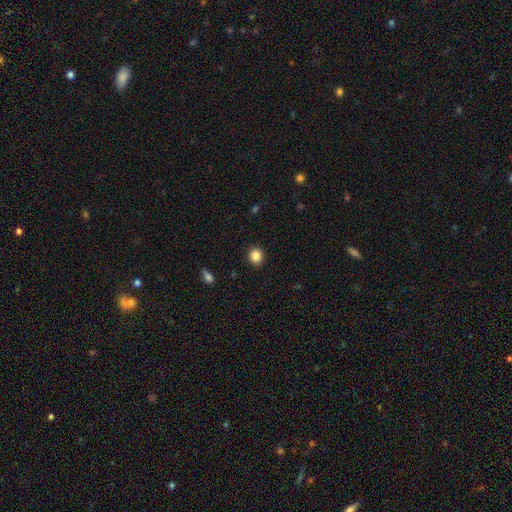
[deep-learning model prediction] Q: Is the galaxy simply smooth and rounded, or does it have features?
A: smooth — 86%.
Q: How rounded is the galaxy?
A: round — 71%.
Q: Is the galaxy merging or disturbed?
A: none — 91%.